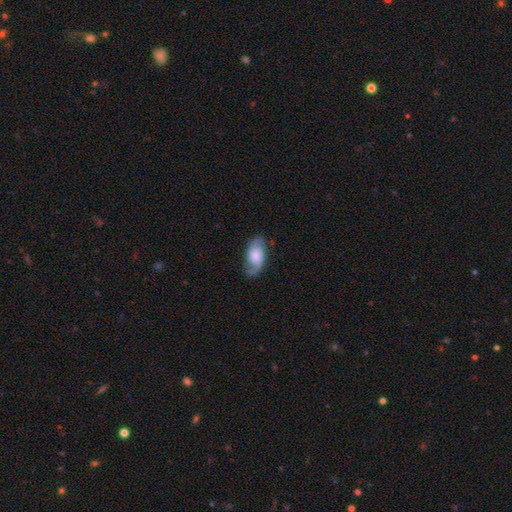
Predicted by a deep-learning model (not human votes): Q: Smooth or featured?
A: featured or disk (70%); runner-up: smooth (23%)
Q: Edge-on disk?
A: no (95%); runner-up: yes (5%)
Q: Bar?
A: no (62%); runner-up: weak (32%)
Q: Spiral arms?
A: yes (94%); runner-up: no (6%)
Q: Spiral winding?
A: medium (47%); runner-up: loose (33%)
Q: Spiral arm count?
A: 2 (86%); runner-up: 1 (5%)
Q: Bulge size?
A: moderate (33%); runner-up: small (27%)
Q: Merging?
A: none (76%); runner-up: minor disturbance (16%)